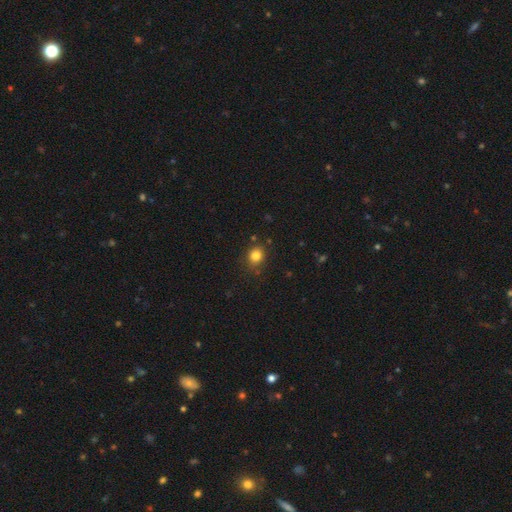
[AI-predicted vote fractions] Q: Smooth or featured?
A: smooth (82%); runner-up: star or artifact (12%)
Q: How rounded?
A: round (71%); runner-up: in between (28%)
Q: Merging?
A: none (82%); runner-up: minor disturbance (12%)